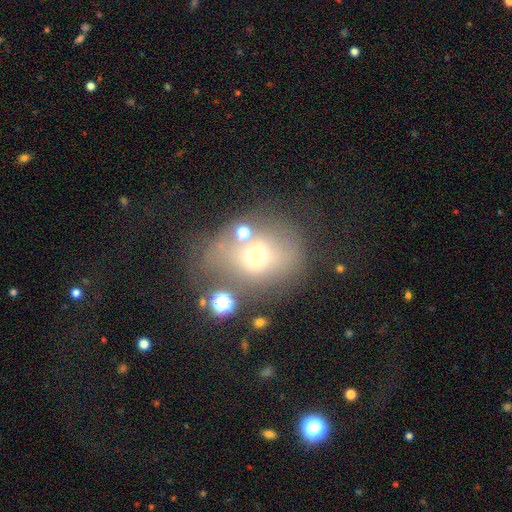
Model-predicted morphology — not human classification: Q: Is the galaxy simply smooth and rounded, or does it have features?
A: smooth — 53%.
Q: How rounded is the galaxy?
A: round — 56%.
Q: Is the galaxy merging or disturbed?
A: none — 53%.